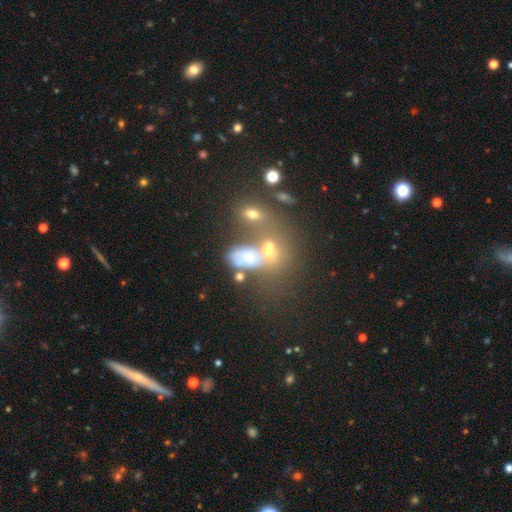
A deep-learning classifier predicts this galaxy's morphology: Smooth or featured?
  - smooth: 45% *
  - featured or disk: 31%
  - star or artifact: 24%
Merging?
  - merger: 62% *
  - none: 22%
  - major disturbance: 8%
  - minor disturbance: 7%